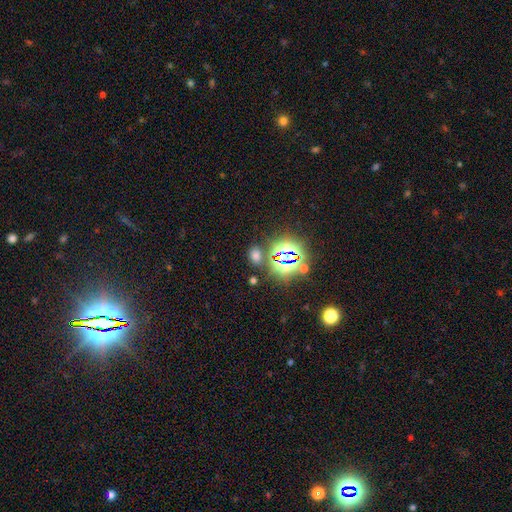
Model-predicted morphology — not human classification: Smooth or featured? Predicted: smooth (p=0.53). How rounded? Predicted: in between (p=0.73). Merging? Predicted: none (p=0.77).